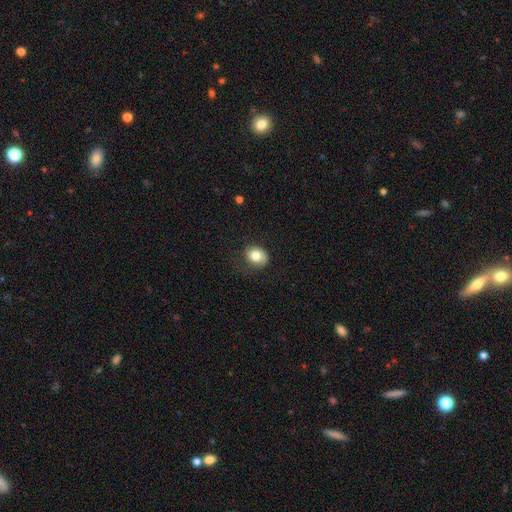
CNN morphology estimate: A smooth galaxy with no disk features (79%) that is round (57%).

Vote fractions:
- Smooth or featured? smooth: 79% / featured or disk: 12% / star or artifact: 9%
- How rounded? round: 57% / in between: 42% / cigar-shaped: 1%
- Merging? none: 66% / minor disturbance: 23% / major disturbance: 9% / merger: 1%